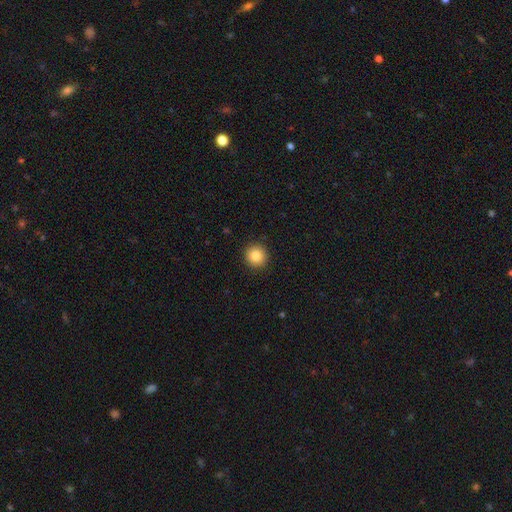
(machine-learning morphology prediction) Smooth or featured?
  - smooth: 85% *
  - star or artifact: 10%
  - featured or disk: 5%
How rounded?
  - round: 94% *
  - in between: 5%
  - cigar-shaped: 1%
Merging?
  - none: 92% *
  - minor disturbance: 5%
  - major disturbance: 2%
  - merger: 1%